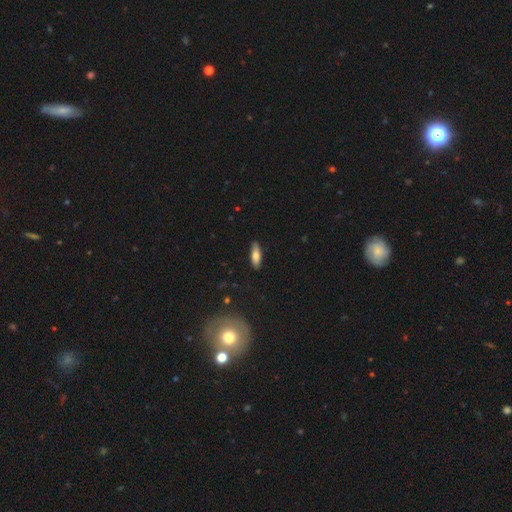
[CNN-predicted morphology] Smooth or featured: smooth — 73% (featured or disk — 20%)
How rounded: in between — 55% (cigar-shaped — 43%)
Merging: none — 86% (minor disturbance — 10%)